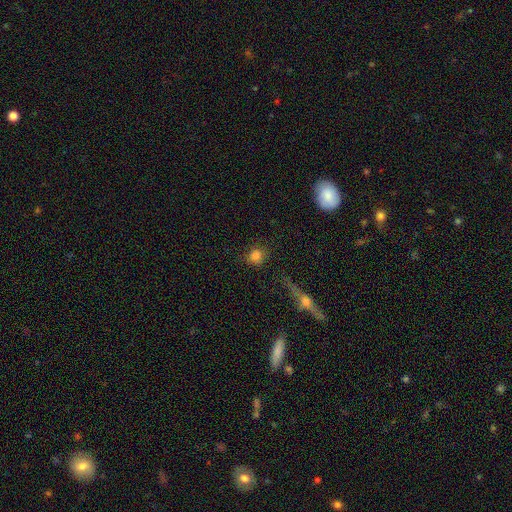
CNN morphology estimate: smooth-or-featured: smooth: 80% | star or artifact: 12% | featured or disk: 8%
  how-rounded: round: 85% | in between: 13% | cigar-shaped: 3%
  merging: none: 76% | minor disturbance: 13% | major disturbance: 6% | merger: 5%